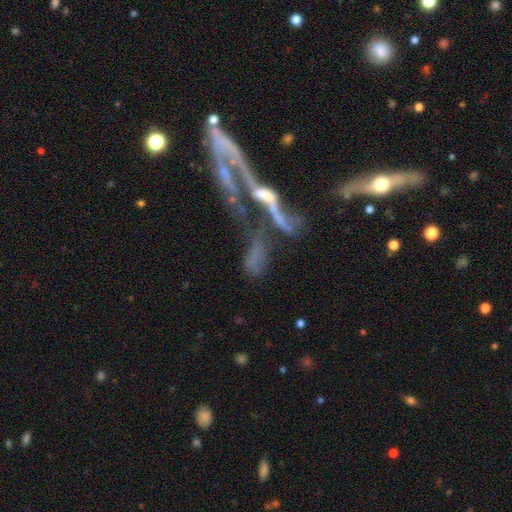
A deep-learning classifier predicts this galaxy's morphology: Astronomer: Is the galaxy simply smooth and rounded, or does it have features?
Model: featured or disk — 60%.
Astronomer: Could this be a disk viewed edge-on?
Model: no — 68%.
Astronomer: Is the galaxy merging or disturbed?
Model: merger — 45% (runner-up: major disturbance, 25%).